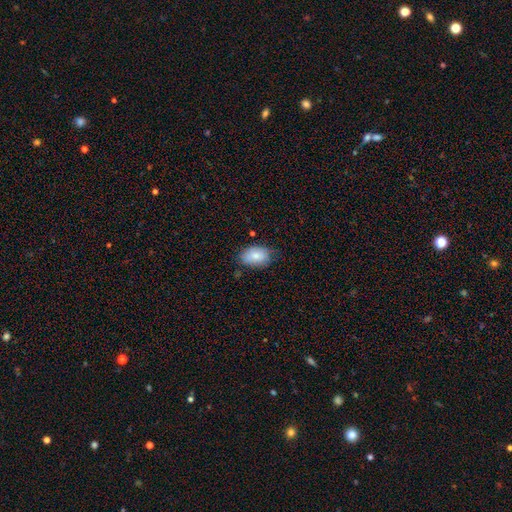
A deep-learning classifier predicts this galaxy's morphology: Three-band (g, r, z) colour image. It shows a smooth galaxy with no disk features (82%) that is in between round and cigar-shaped (88%). Merging: none (69%).